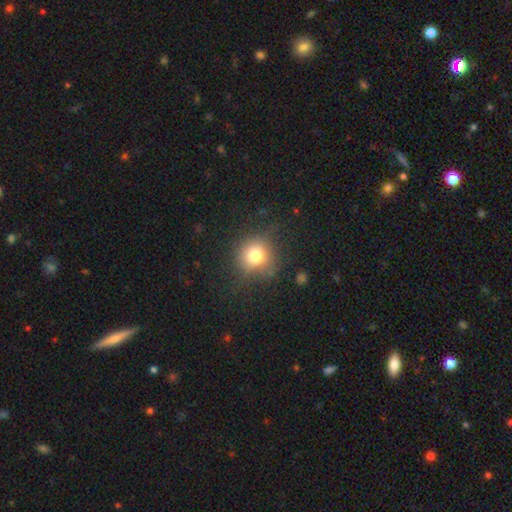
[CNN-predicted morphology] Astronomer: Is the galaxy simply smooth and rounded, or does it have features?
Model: smooth — 76%.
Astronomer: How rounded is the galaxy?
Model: round — 88%.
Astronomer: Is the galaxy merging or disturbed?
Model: none — 75%.